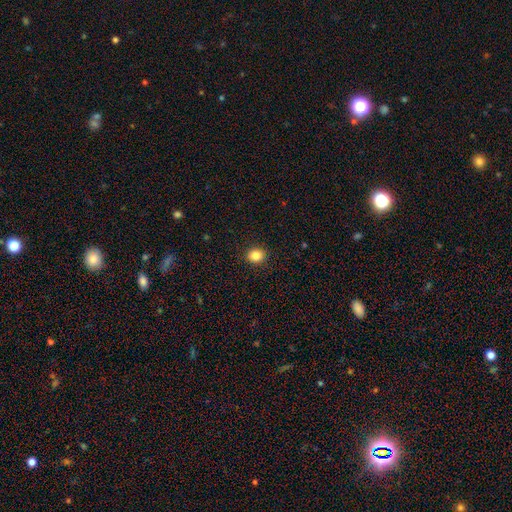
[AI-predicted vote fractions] Smooth or featured?
  - smooth: 85% *
  - star or artifact: 11%
  - featured or disk: 5%
How rounded?
  - round: 67% *
  - in between: 32%
  - cigar-shaped: 1%
Merging?
  - none: 91% *
  - minor disturbance: 6%
  - major disturbance: 2%
  - merger: 1%